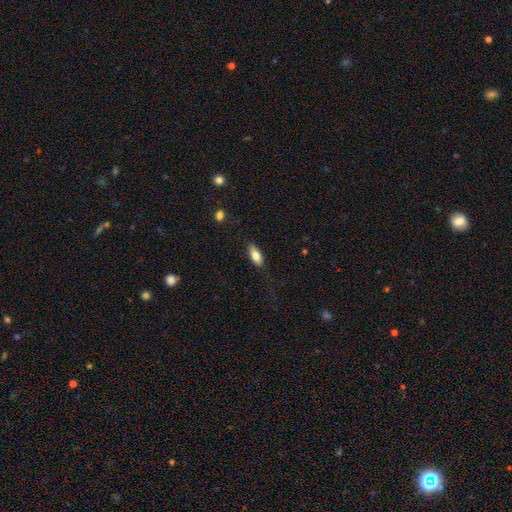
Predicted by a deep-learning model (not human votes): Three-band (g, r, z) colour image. It shows a smooth galaxy with no disk features (79%) that is in between round and cigar-shaped (82%). Merging: none (82%).